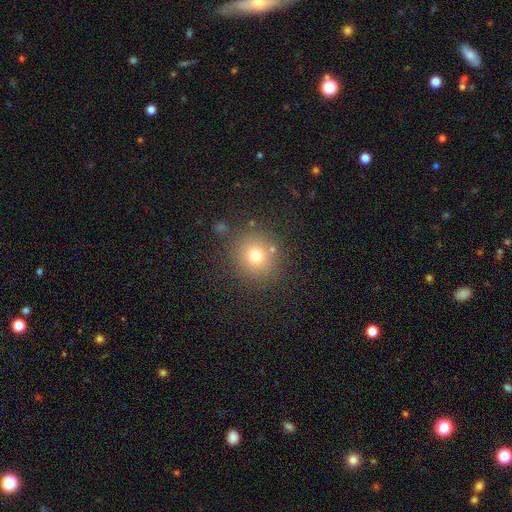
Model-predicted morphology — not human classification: Smooth or featured? Predicted: smooth (p=0.73). How rounded? Predicted: round (p=0.89). Merging? Predicted: none (p=0.83).